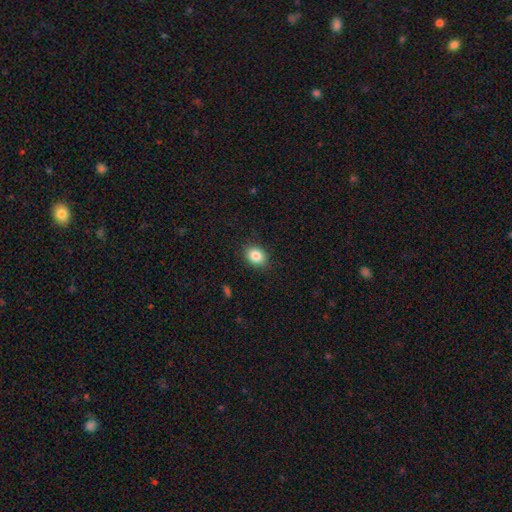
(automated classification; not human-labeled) Morphology: type=smooth (84%); roundness=in between (56%); merging=none (87%).